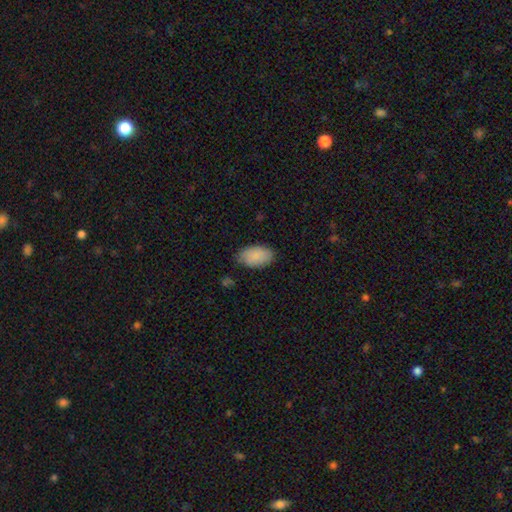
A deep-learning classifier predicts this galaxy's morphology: type=smooth (88%); roundness=in between (94%); merging=none (80%).